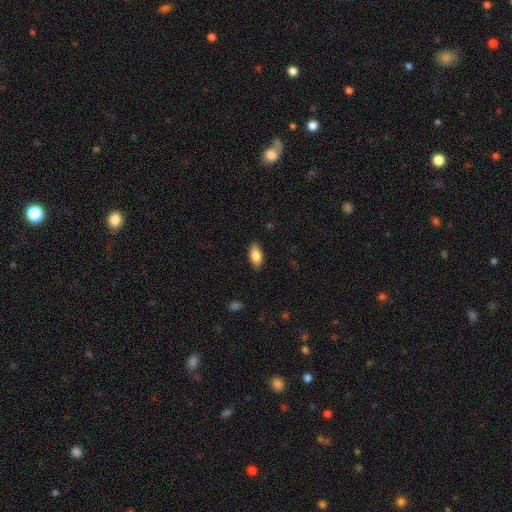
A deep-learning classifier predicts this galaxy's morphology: A smooth galaxy with no disk features (82%) that is in between round and cigar-shaped (87%). Merging: none (86%).